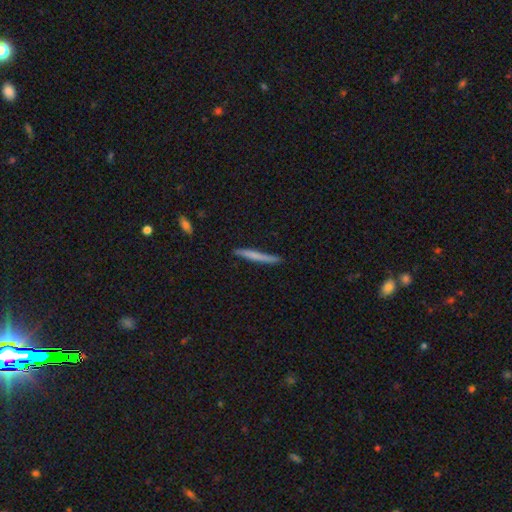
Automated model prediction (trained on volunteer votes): Morphology: type=smooth (64%); roundness=cigar-shaped (96%); merging=none (83%).